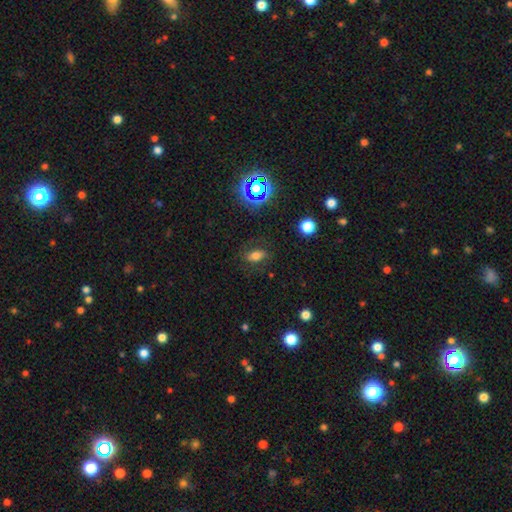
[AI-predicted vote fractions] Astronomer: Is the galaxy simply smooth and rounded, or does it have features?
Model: smooth — 58%.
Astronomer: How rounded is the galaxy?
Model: in between — 79%.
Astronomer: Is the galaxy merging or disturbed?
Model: none — 77%.